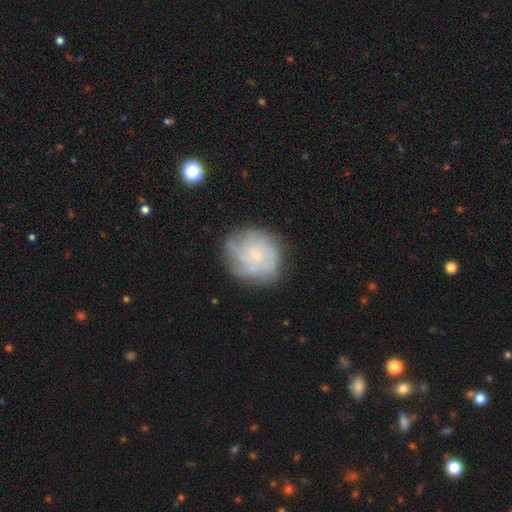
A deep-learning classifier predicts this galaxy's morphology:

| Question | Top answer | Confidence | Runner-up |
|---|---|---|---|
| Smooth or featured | featured or disk | 60% | smooth (31%) |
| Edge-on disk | no | 97% | yes (3%) |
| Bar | no | 78% | weak (20%) |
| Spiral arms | yes | 79% | no (21%) |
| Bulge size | small | 74% | moderate (16%) |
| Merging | none | 69% | minor disturbance (20%) |